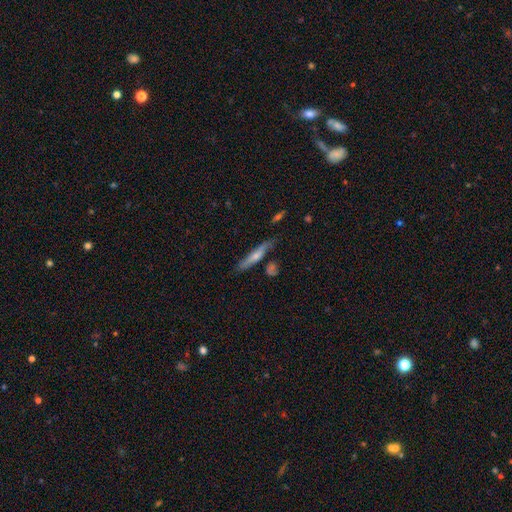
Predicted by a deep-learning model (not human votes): This appears to be a smooth galaxy with no disk features (53%) that is cigar-shaped (86%). Merging: none (69%).